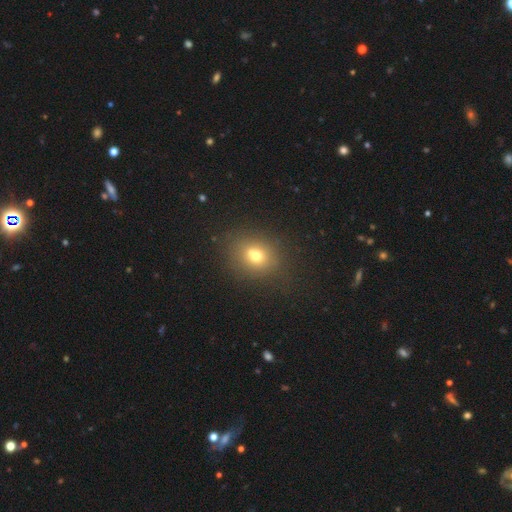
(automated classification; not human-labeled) A smooth galaxy with no disk features (67%) that is round (61%). Merging: none (62%).